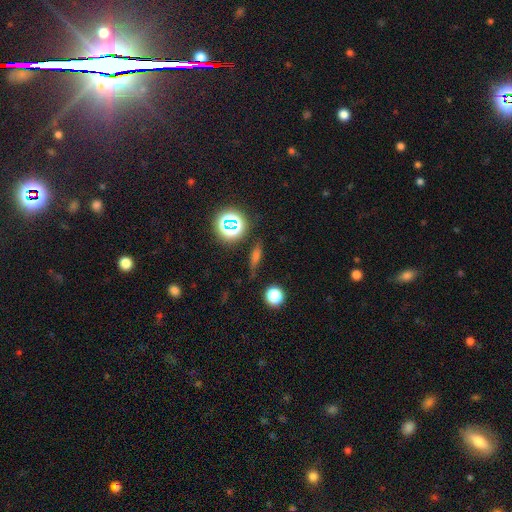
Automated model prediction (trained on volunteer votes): This is possibly a smooth galaxy (55%). How rounded: possibly cigar-shaped (55%). Merging: clearly none (80%).